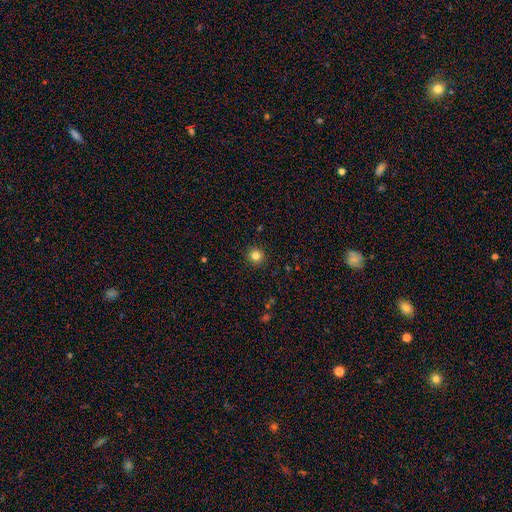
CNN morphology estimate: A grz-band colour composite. It shows a smooth galaxy with no disk features (82%) that is round (95%). Merging: none (93%).